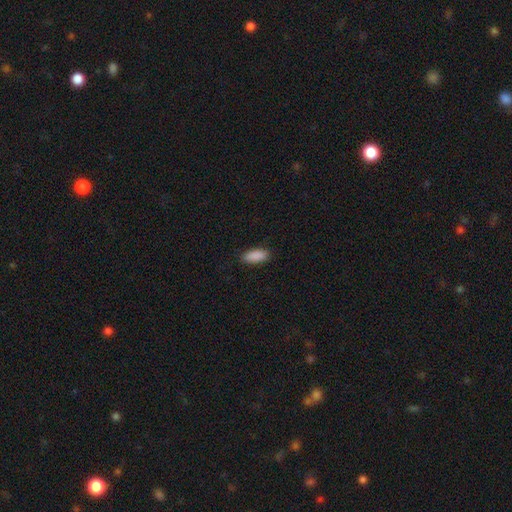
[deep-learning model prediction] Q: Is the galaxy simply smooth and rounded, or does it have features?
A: smooth — 90%.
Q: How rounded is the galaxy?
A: in between — 84%.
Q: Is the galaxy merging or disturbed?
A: none — 89%.